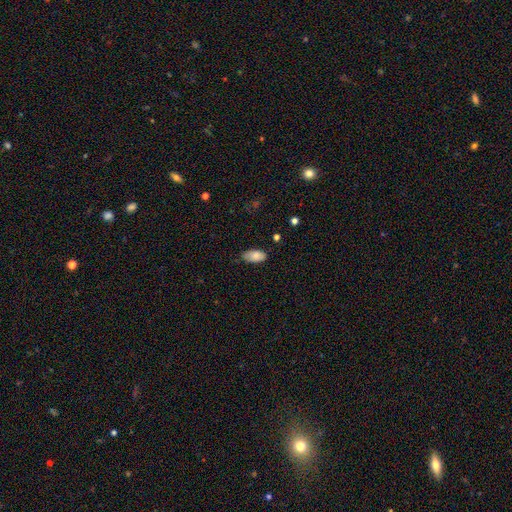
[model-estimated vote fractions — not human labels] smooth 84%, featured or disk 9%, star or artifact 7%. Down the decision tree: how rounded — in between (94%); merging — none (70%).